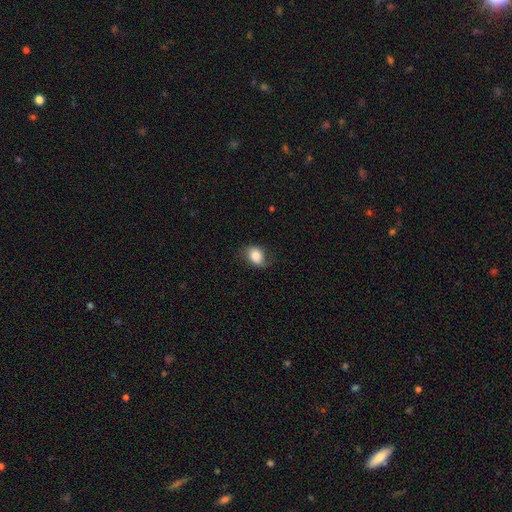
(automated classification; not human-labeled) A smooth galaxy with no disk features (79%) that is in between round and cigar-shaped (69%). Merging: none (72%).